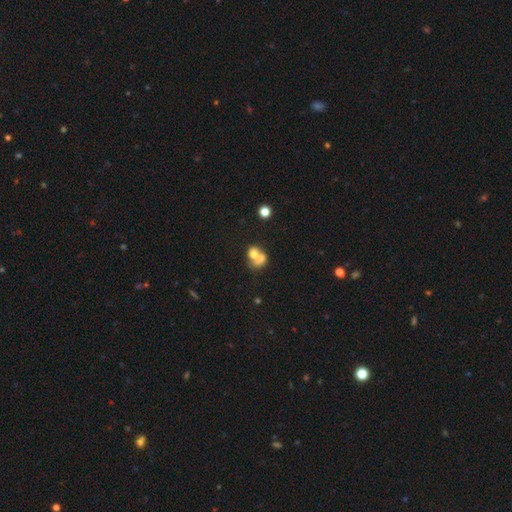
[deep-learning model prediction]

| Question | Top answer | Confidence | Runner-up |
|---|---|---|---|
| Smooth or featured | smooth | 66% | featured or disk (23%) |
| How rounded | in between | 50% | round (49%) |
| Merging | merger | 67% | none (19%) |